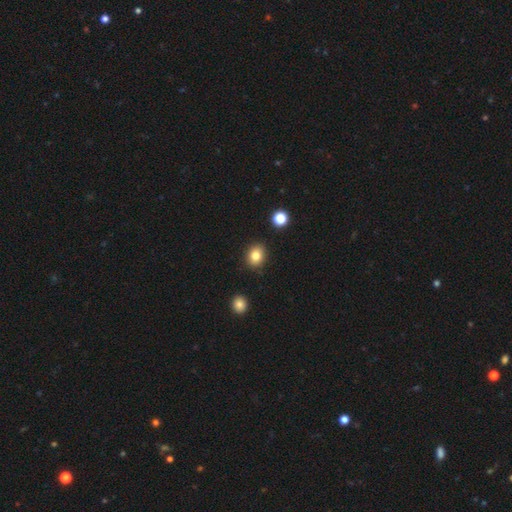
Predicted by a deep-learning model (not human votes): This is clearly a smooth galaxy (82%). How rounded: possibly round (56%). Merging: clearly none (88%).